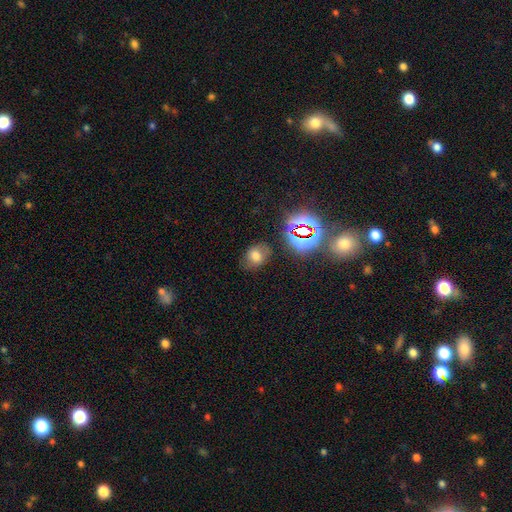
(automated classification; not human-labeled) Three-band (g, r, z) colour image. It shows a smooth galaxy with no disk features (66%) that is in between round and cigar-shaped (56%). Merging: none (74%).